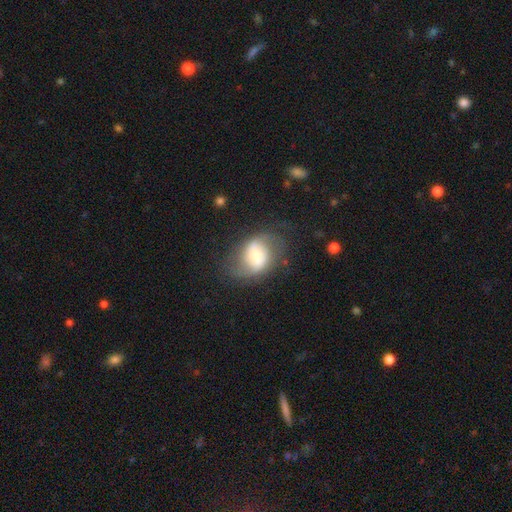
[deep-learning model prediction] Smooth or featured: featured or disk — 60% (smooth — 32%)
Edge-on disk: no — 96% (yes — 4%)
Bar: weak — 42% (strong — 32%)
Spiral arms: yes — 81% (no — 19%)
Bulge size: moderate — 40% (small — 26%)
Merging: none — 58% (minor disturbance — 22%)